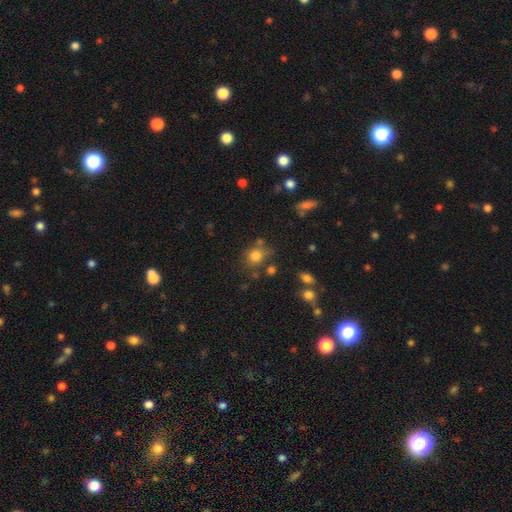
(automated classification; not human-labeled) smooth_or_featured: smooth (p=0.79) [alt: star or artifact p=0.13]
how_rounded: round (p=0.77) [alt: in between p=0.22]
merging: none (p=0.64) [alt: minor disturbance p=0.17]